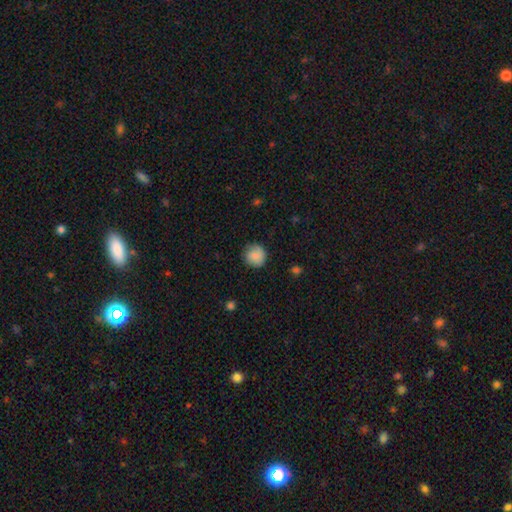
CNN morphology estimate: Q: Smooth or featured?
A: smooth (83%); runner-up: featured or disk (9%)
Q: How rounded?
A: round (91%); runner-up: in between (8%)
Q: Merging?
A: none (80%); runner-up: minor disturbance (15%)